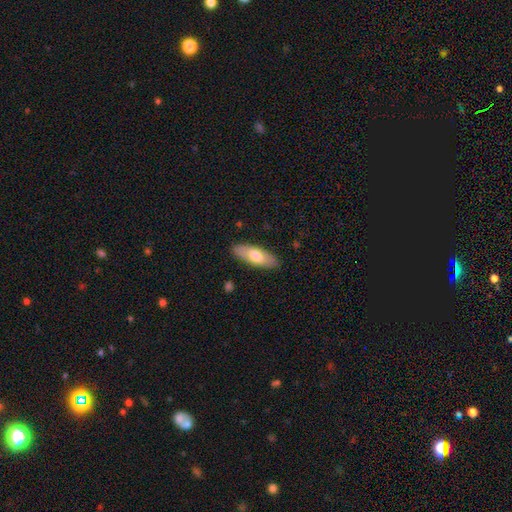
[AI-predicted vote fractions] Morphology: type=smooth (68%); roundness=in between (72%); merging=none (87%).